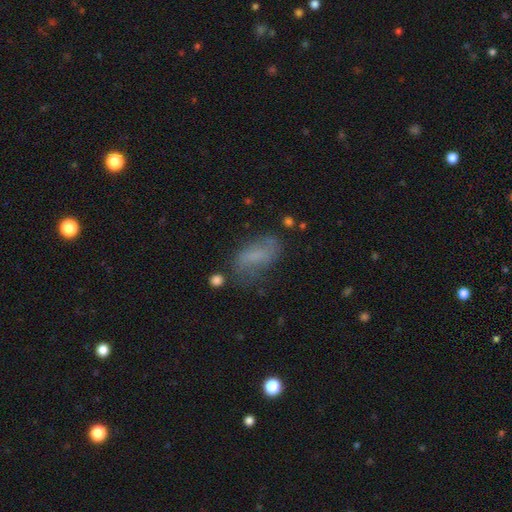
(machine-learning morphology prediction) type=smooth (54%); roundness=in between (84%); merging=none (55%).